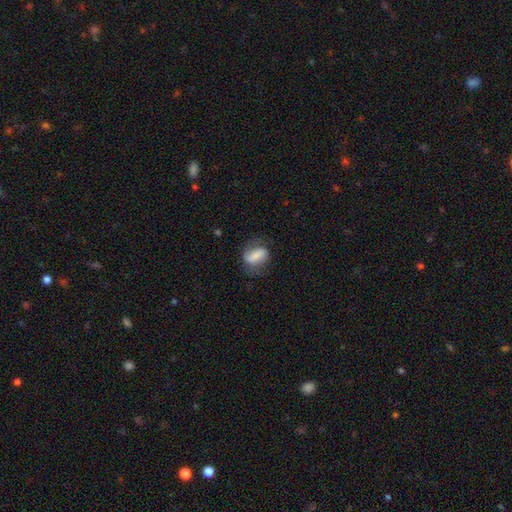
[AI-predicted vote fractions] A smooth galaxy with no disk features (48%). Merging: none (58%).